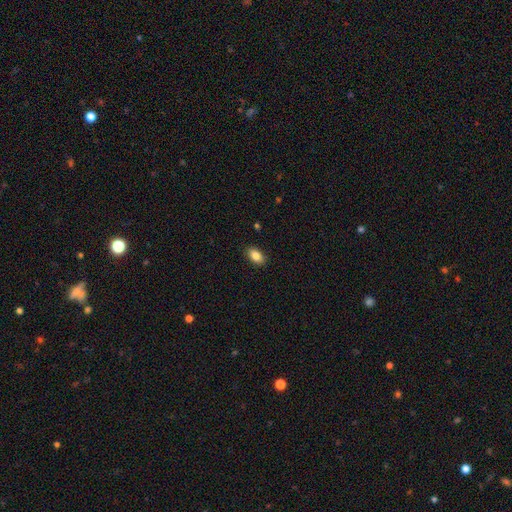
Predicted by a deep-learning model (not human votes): A smooth galaxy with no disk features (85%) that is in between round and cigar-shaped (91%).

Vote fractions:
- Smooth or featured? smooth: 85% / star or artifact: 8% / featured or disk: 7%
- How rounded? in between: 91% / round: 7% / cigar-shaped: 2%
- Merging? none: 89% / minor disturbance: 8% / major disturbance: 2% / merger: 1%